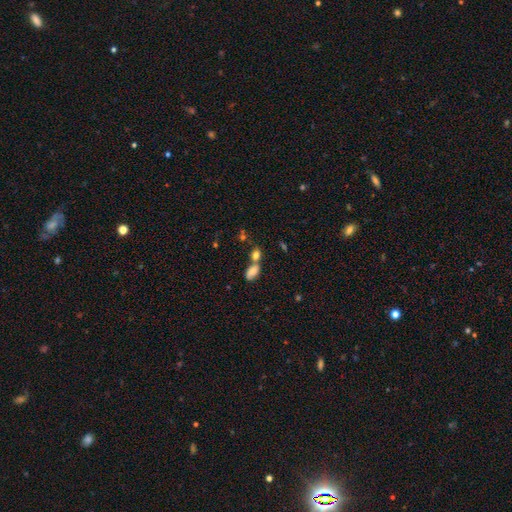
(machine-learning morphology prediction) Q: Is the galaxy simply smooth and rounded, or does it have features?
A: smooth — 77%.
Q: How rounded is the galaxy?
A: in between — 73%.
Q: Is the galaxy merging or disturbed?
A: merger — 46%.